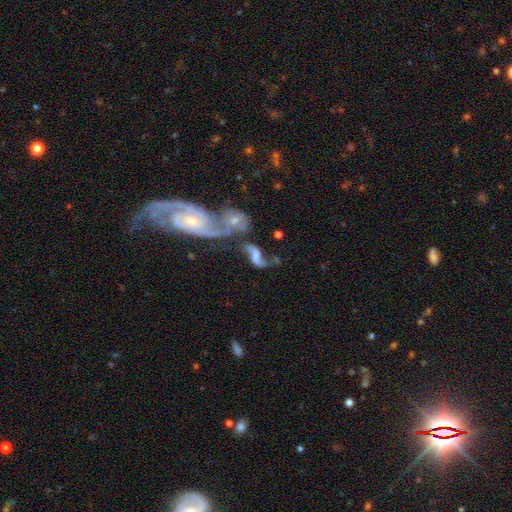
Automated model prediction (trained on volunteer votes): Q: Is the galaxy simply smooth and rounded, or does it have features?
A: featured or disk — 77%.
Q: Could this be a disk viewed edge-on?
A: no — 96%.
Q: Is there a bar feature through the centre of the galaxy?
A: weak — 46%.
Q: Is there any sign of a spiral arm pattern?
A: yes — 91%.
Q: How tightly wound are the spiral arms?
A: loose — 81%.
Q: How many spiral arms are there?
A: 2 — 89%.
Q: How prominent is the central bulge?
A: moderate — 31%.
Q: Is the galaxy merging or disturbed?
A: merger — 57%.